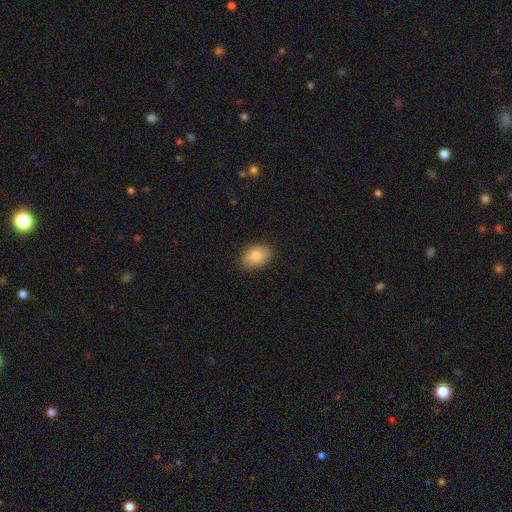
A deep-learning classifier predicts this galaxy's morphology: This is clearly a smooth galaxy (85%). How rounded: clearly in between (83%). Merging: clearly none (87%).